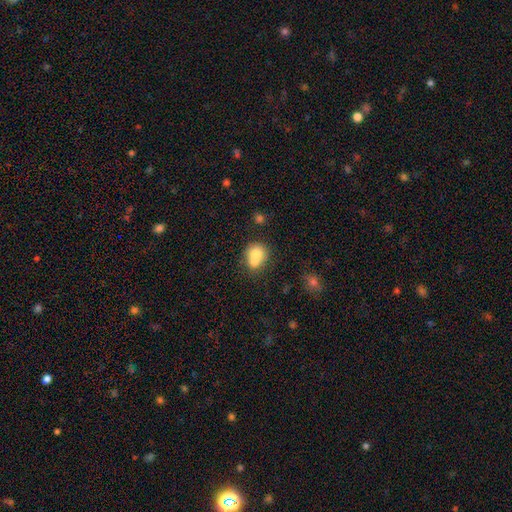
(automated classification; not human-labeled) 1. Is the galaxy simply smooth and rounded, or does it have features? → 72% smooth, 18% featured or disk, 9% star or artifact.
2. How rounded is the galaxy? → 69% round, 30% in between, 1% cigar-shaped.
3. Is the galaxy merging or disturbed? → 55% merger, 32% none, 9% minor disturbance, 4% major disturbance.